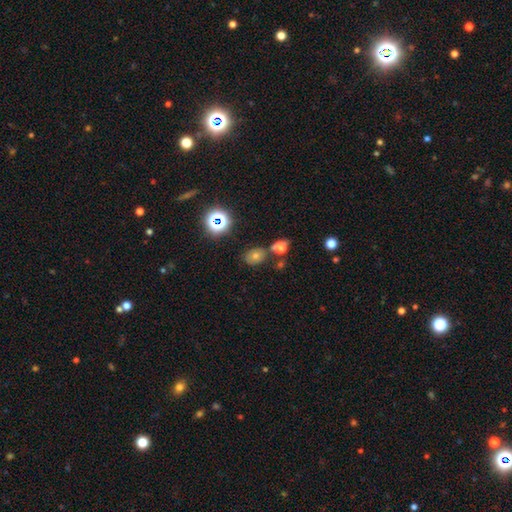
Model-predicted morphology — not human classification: Smooth or featured? smooth (52%)
How rounded? round (54%)
Merging? none (69%)